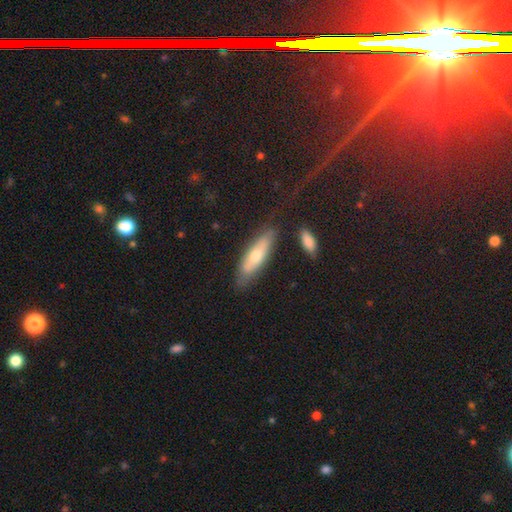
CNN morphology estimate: smooth 56%, featured or disk 38%, star or artifact 6%. Down the decision tree: how rounded — cigar-shaped (60%); merging — none (75%).